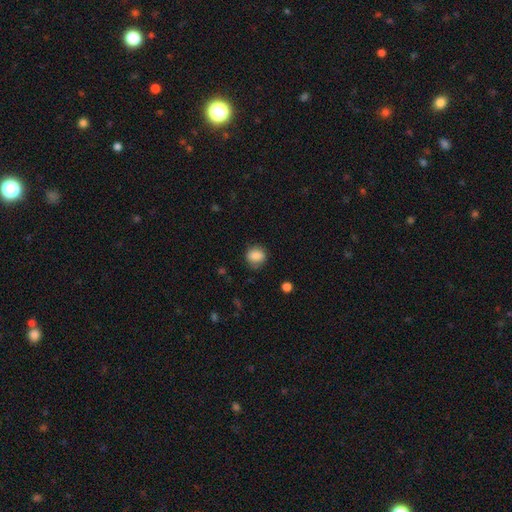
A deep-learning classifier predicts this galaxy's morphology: Smooth or featured?
  - smooth: 85% *
  - star or artifact: 9%
  - featured or disk: 6%
How rounded?
  - round: 65% *
  - in between: 34%
  - cigar-shaped: 1%
Merging?
  - none: 75% *
  - minor disturbance: 18%
  - major disturbance: 5%
  - merger: 1%